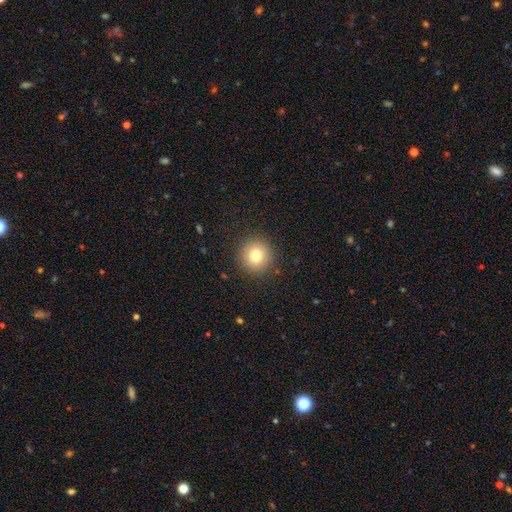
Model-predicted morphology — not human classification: smooth_or_featured: smooth (p=0.77) [alt: star or artifact p=0.12]
how_rounded: round (p=0.94) [alt: in between p=0.05]
merging: none (p=0.90) [alt: minor disturbance p=0.06]